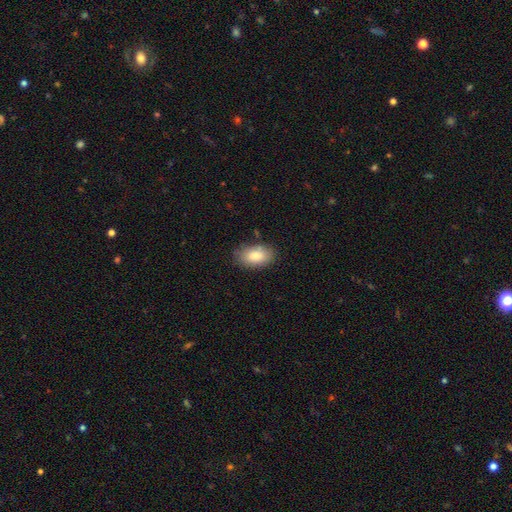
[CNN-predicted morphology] smooth_or_featured: smooth (p=0.84) [alt: featured or disk p=0.09]
how_rounded: in between (p=0.93) [alt: round p=0.05]
merging: none (p=0.79) [alt: minor disturbance p=0.16]